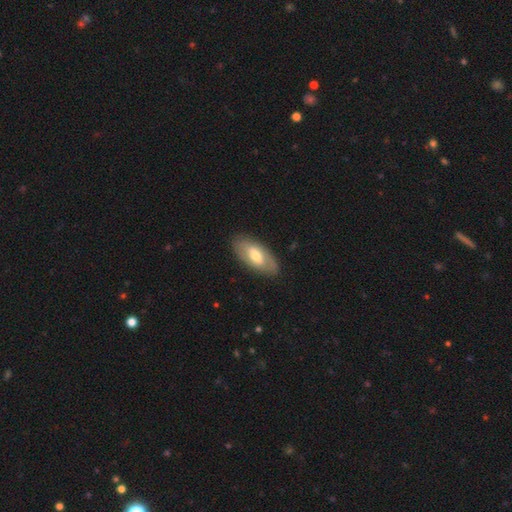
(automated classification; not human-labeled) This appears to be a smooth galaxy with no disk features (52%) that is in between round and cigar-shaped (90%). Merging: none (85%).